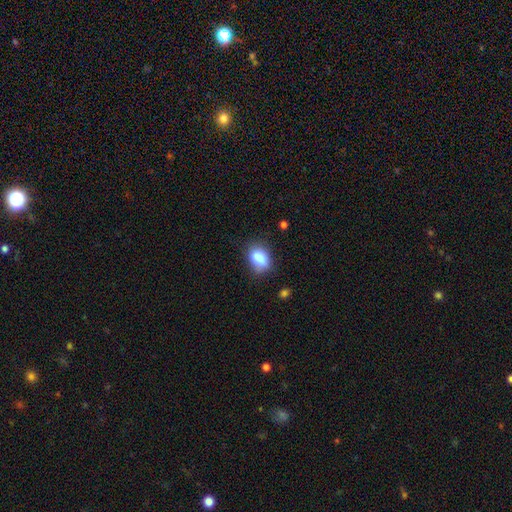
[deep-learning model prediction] Smooth or featured? Predicted: smooth (p=0.83). How rounded? Predicted: in between (p=0.79). Merging? Predicted: none (p=0.63).